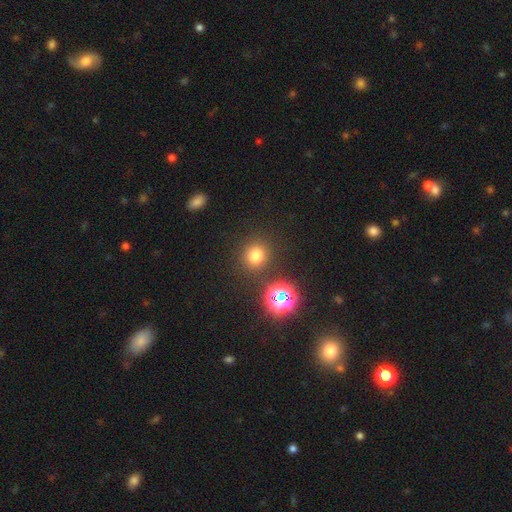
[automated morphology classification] smooth-or-featured: smooth: 71% | star or artifact: 22% | featured or disk: 6%
  how-rounded: round: 87% | in between: 12% | cigar-shaped: 1%
  merging: none: 86% | minor disturbance: 7% | merger: 4% | major disturbance: 3%